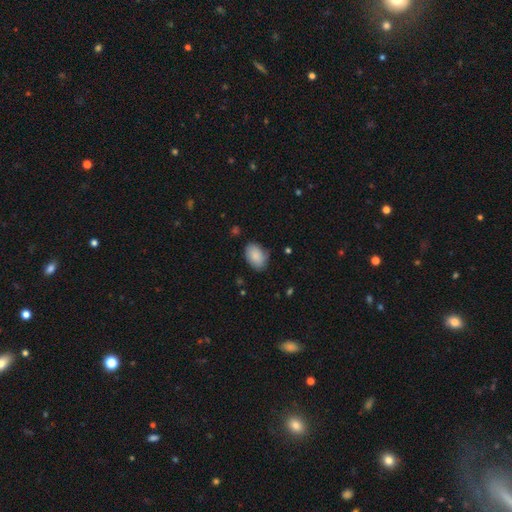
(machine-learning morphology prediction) This appears to be a smooth galaxy with no disk features (86%) that is in between round and cigar-shaped (86%). Merging: none (74%).